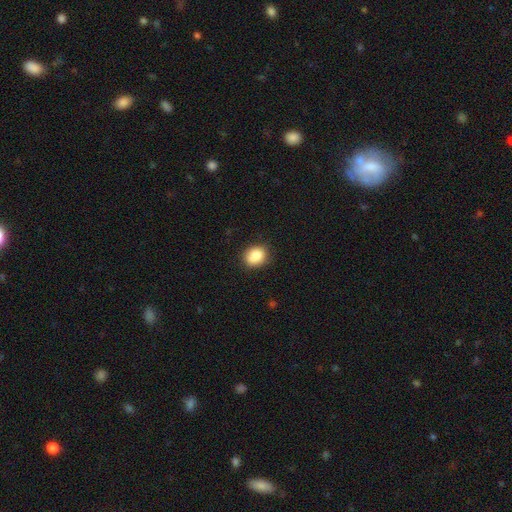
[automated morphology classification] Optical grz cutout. It shows a smooth galaxy with no disk features (86%) that is round (61%). Merging: none (82%).